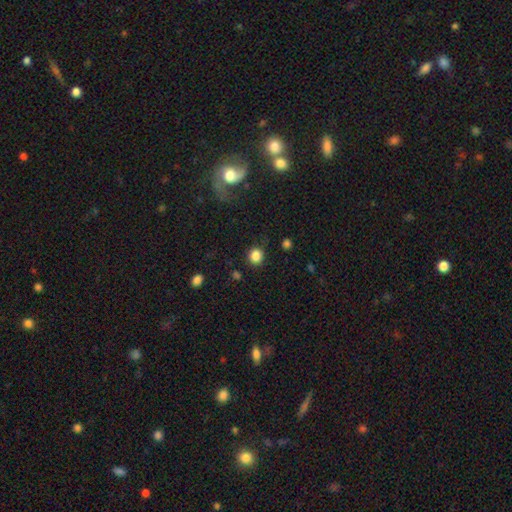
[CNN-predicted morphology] This appears to be a smooth galaxy with no disk features (85%) that is round (84%). Merging: none (87%).